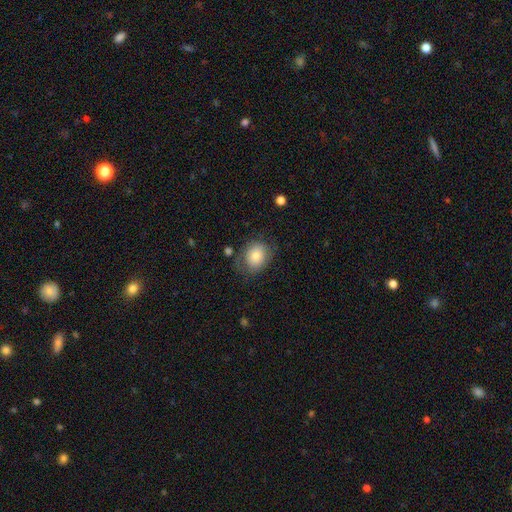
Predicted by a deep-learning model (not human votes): Q: Smooth or featured?
A: smooth (76%); runner-up: featured or disk (17%)
Q: How rounded?
A: in between (51%); runner-up: round (48%)
Q: Merging?
A: none (63%); runner-up: minor disturbance (23%)